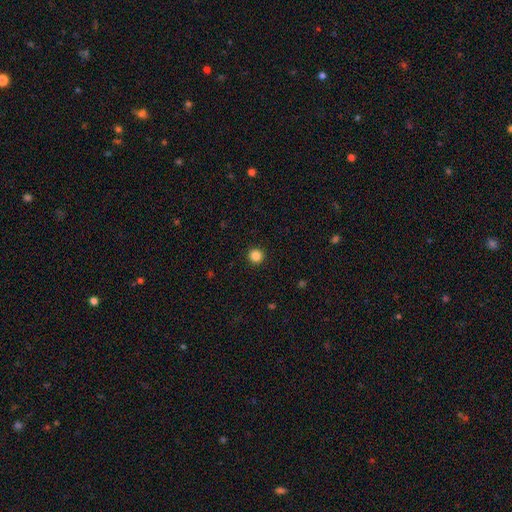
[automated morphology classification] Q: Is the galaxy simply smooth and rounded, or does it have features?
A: smooth — 85%.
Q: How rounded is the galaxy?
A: round — 95%.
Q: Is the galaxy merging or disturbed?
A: none — 93%.